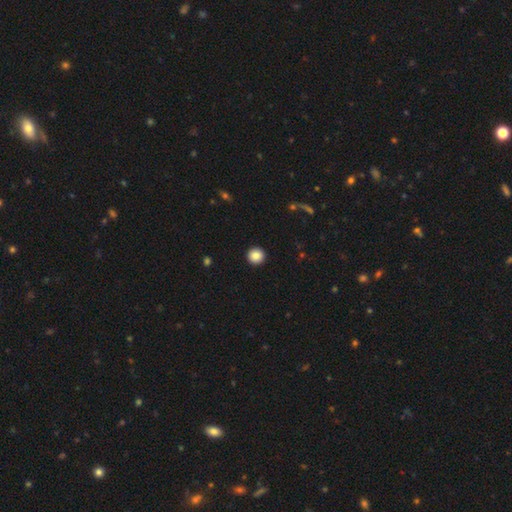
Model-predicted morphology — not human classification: Smooth or featured? smooth (87%)
How rounded? round (96%)
Merging? none (93%)